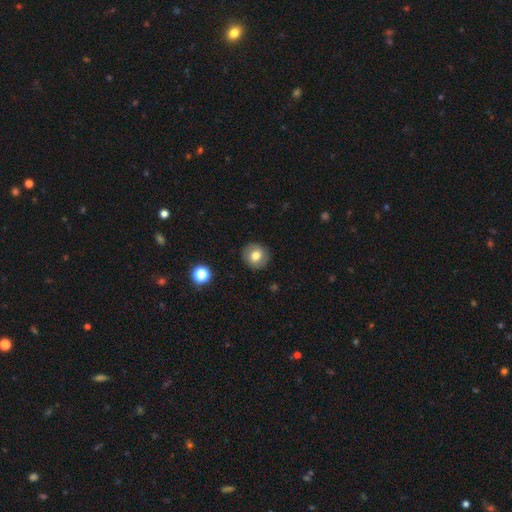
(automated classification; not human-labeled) This is likely a smooth galaxy (72%). How rounded: clearly round (87%). Merging: clearly none (87%).